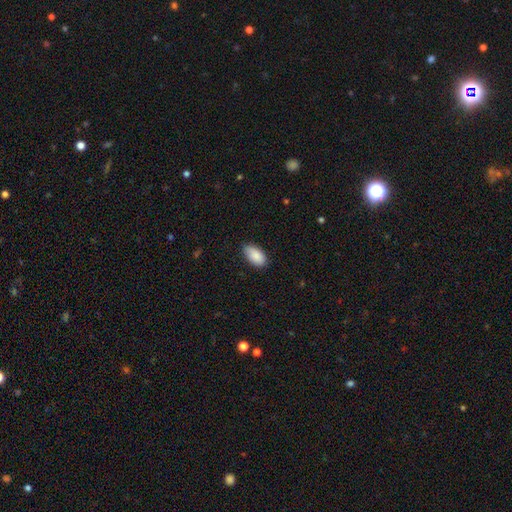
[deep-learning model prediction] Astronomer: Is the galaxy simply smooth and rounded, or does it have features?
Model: smooth — 88%.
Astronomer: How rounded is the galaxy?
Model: in between — 95%.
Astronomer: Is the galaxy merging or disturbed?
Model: none — 77%.